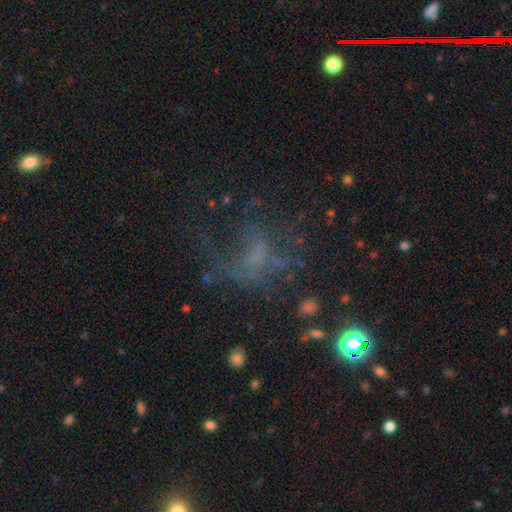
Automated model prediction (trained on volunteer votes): Smooth or featured: featured or disk — 43% (star or artifact — 31%)
Merging: none — 41% (major disturbance — 39%)